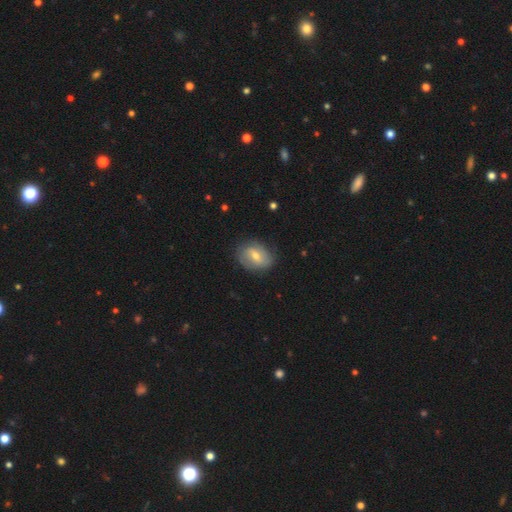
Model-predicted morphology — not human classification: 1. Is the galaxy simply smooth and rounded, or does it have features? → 50% featured or disk, 42% smooth, 8% star or artifact.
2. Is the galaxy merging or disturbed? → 78% none, 16% minor disturbance, 4% major disturbance, 1% merger.